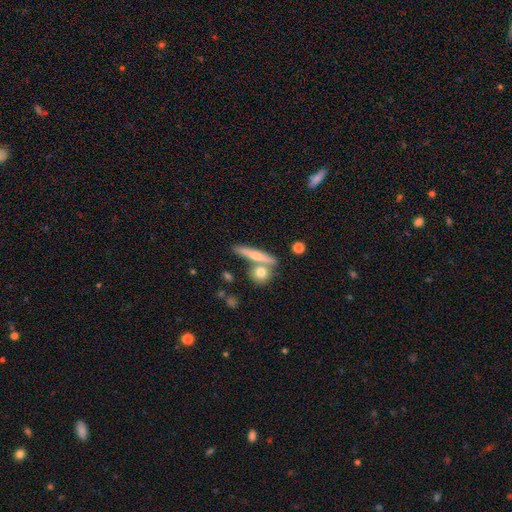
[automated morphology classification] smooth 51%, featured or disk 43%, star or artifact 7%. Down the decision tree: how rounded — cigar-shaped (77%); merging — none (65%).